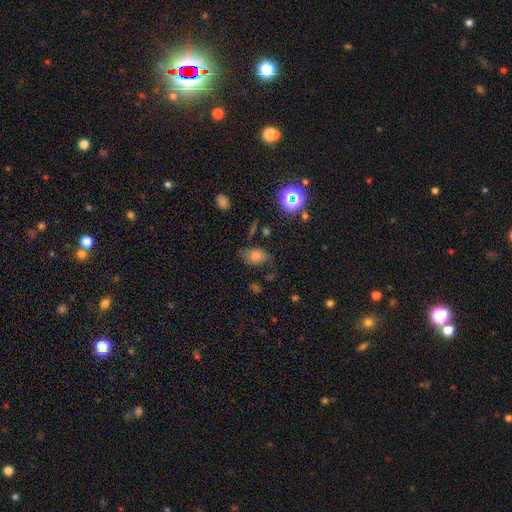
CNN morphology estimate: Smooth or featured? smooth (68%)
How rounded? in between (80%)
Merging? none (65%)